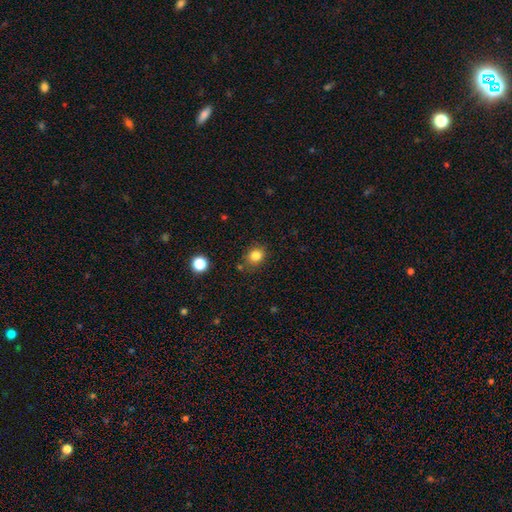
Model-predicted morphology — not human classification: Overall: smooth (82%). How rounded: round (69%; in between 30%). Merging: none (79%).